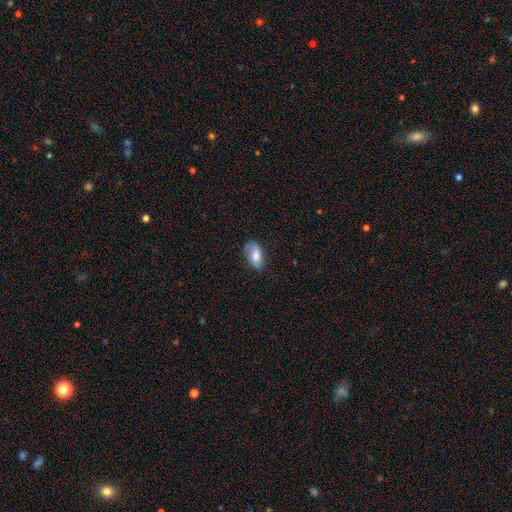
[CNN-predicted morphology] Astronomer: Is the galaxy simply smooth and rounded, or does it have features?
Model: smooth — 59% (runner-up: featured or disk, 34%).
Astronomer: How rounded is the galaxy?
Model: in between — 92%.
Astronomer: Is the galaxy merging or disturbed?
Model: none — 61%.